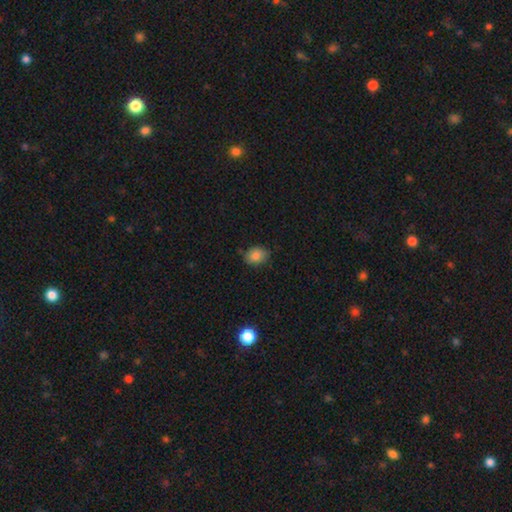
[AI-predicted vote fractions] Smooth or featured? Predicted: smooth (p=0.84). How rounded? Predicted: in between (p=0.62). Merging? Predicted: none (p=0.78).